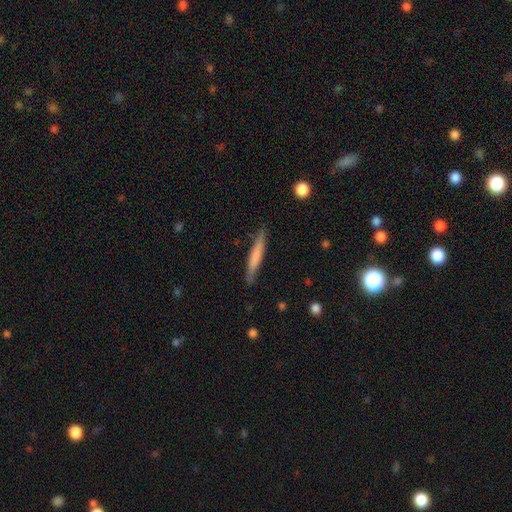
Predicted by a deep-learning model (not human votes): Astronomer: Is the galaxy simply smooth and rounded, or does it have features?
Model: smooth — 65%.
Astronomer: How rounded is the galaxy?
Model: cigar-shaped — 95%.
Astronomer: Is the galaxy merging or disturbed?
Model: none — 85%.